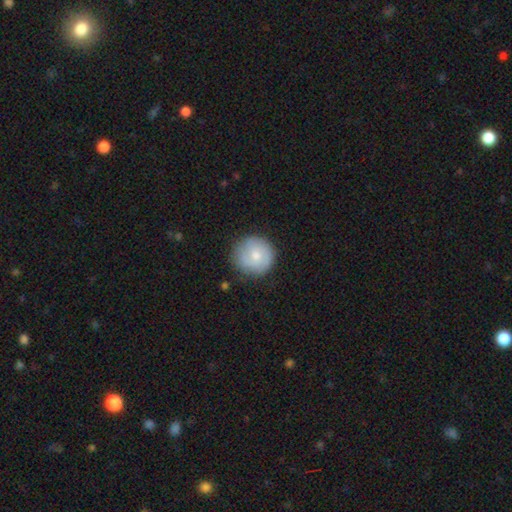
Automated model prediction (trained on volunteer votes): This is likely a smooth galaxy (70%). How rounded: clearly round (94%). Merging: likely none (79%).